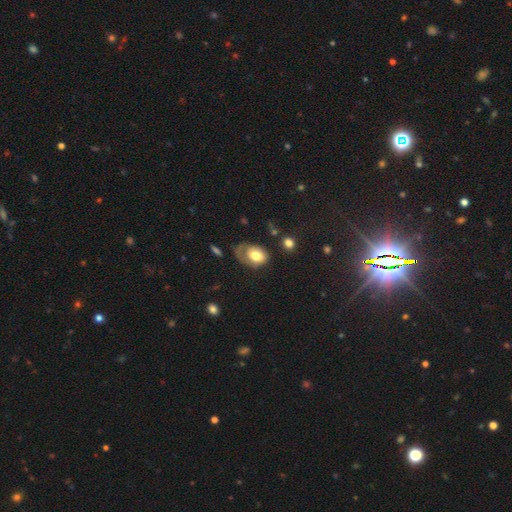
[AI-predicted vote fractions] This is likely a smooth galaxy (62%). How rounded: likely in between (77%). Merging: marginally major disturbance (35%).